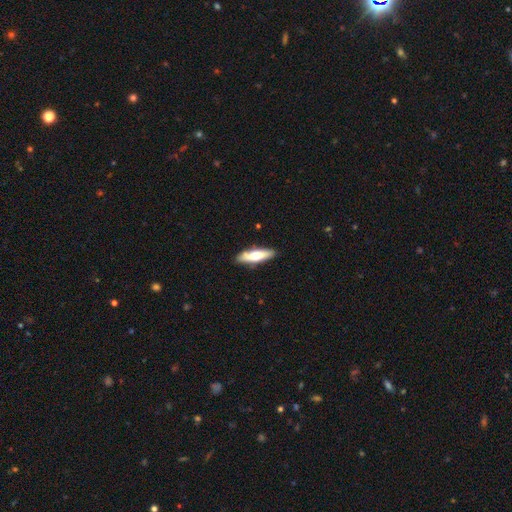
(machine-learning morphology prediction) This is possibly a smooth galaxy (58%). How rounded: likely cigar-shaped (62%). Merging: clearly none (87%).